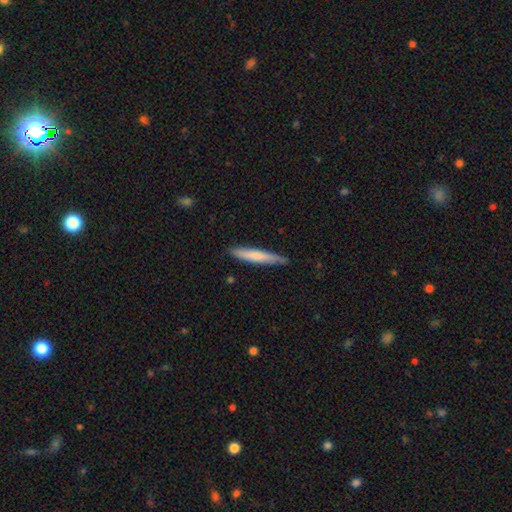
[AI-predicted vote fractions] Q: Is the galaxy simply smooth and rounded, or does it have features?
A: smooth — 70%.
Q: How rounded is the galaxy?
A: cigar-shaped — 94%.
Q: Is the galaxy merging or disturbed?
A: none — 86%.